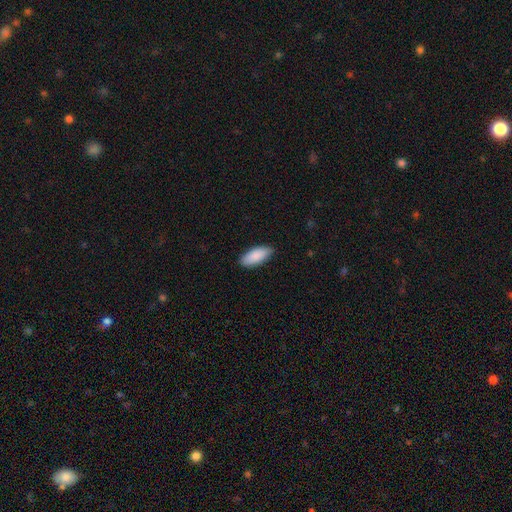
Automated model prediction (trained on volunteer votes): smooth 90%, star or artifact 5%, featured or disk 5%. Down the decision tree: how rounded — in between (87%); merging — none (87%).